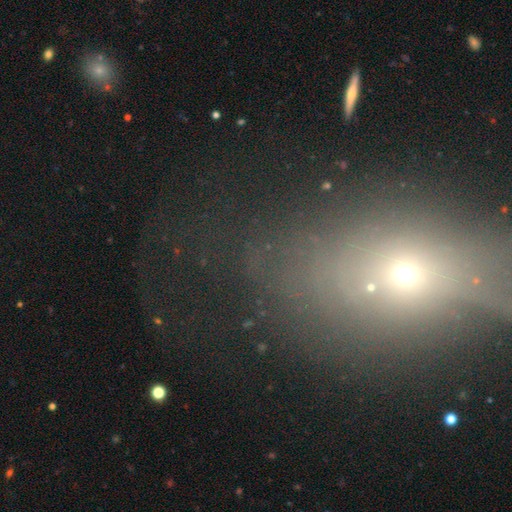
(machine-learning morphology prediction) A star or artifact, not a galaxy (41%).

Vote fractions:
- Smooth or featured? star or artifact: 41% / smooth: 36% / featured or disk: 23%